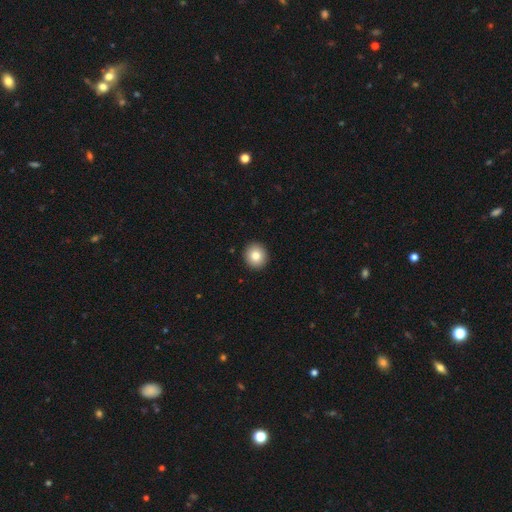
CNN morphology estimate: smooth_or_featured: smooth (p=0.82) [alt: star or artifact p=0.09]
how_rounded: round (p=0.90) [alt: in between p=0.09]
merging: none (p=0.93) [alt: minor disturbance p=0.05]